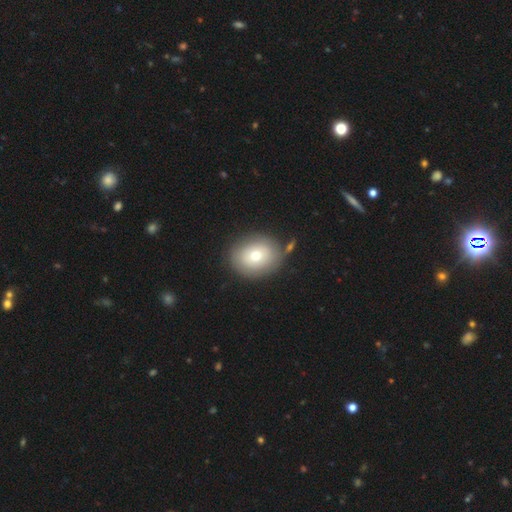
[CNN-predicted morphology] A smooth galaxy with no disk features (73%) that is round (62%). Merging: none (78%).